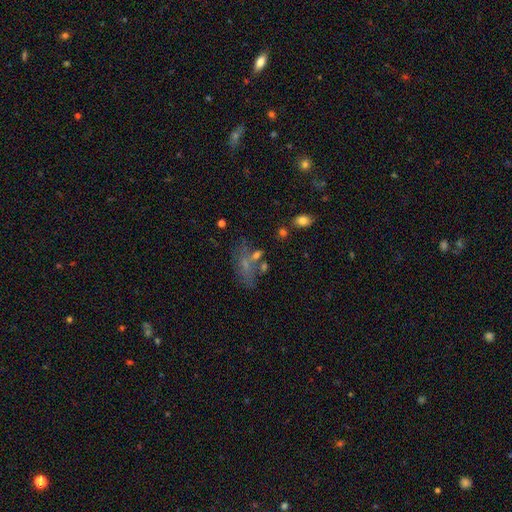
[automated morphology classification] A smooth galaxy with no disk features (49%). Merging: none (43%).